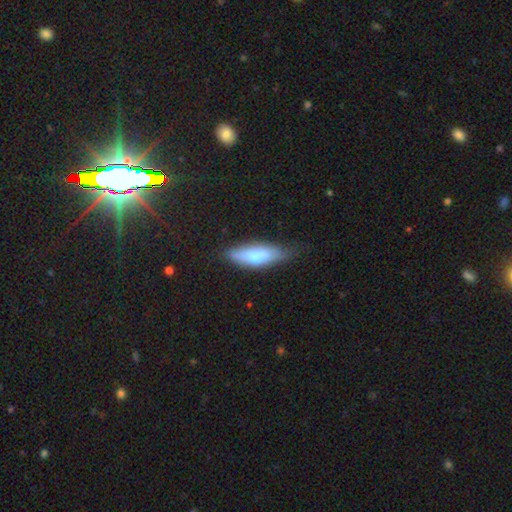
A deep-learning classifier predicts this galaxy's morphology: Smooth or featured? Predicted: smooth (p=0.71). How rounded? Predicted: in between (p=0.56). Merging? Predicted: none (p=0.60).